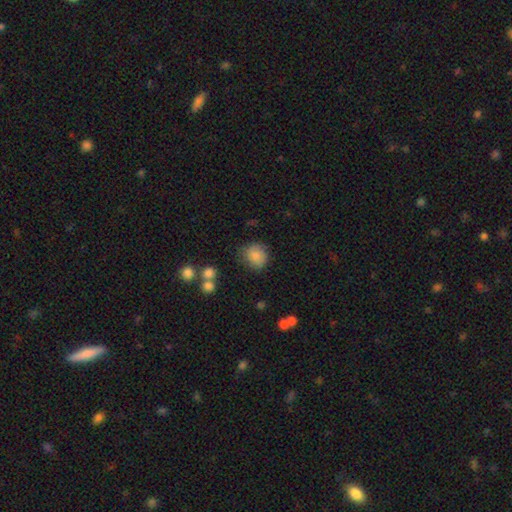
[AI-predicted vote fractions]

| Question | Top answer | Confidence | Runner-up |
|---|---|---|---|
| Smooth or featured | smooth | 84% | star or artifact (9%) |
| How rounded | round | 82% | in between (18%) |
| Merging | none | 74% | minor disturbance (18%) |